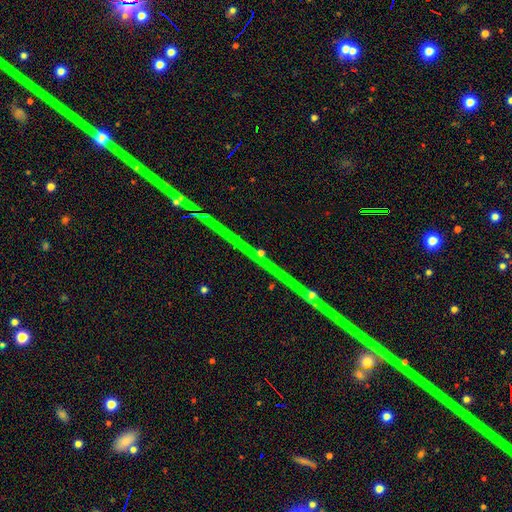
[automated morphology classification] type=star or artifact (84%).